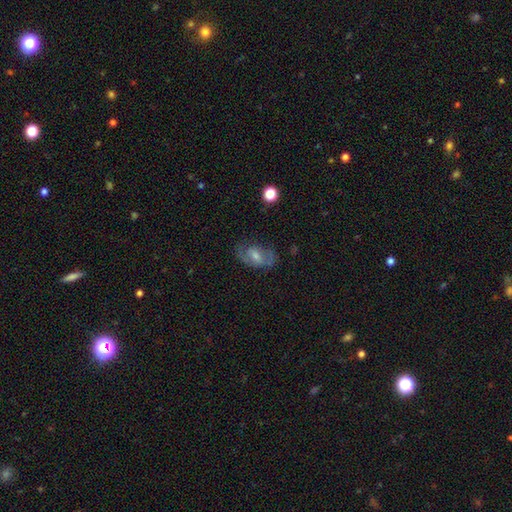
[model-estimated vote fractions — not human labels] The model was most divided on "bar": weak: 44%, no: 41%, strong: 14%. More confident: edge-on disk — no (93%); spiral arms — yes (71%); merging — none (69%); smooth or featured — featured or disk (61%); bulge size — moderate (51%).